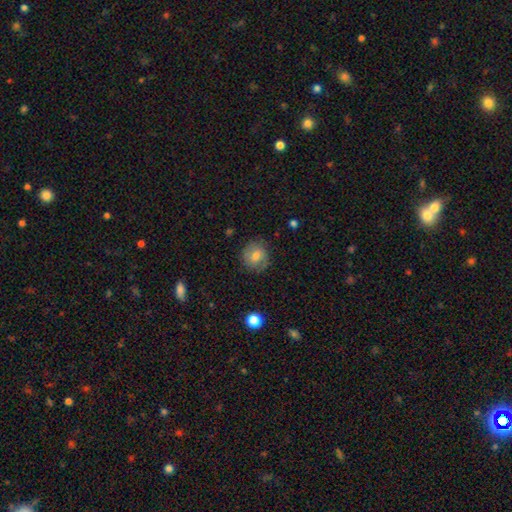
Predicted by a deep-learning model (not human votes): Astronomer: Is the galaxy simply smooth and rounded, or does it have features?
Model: smooth — 62%.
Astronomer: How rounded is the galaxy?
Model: round — 85%.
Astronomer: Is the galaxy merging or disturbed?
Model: none — 78%.